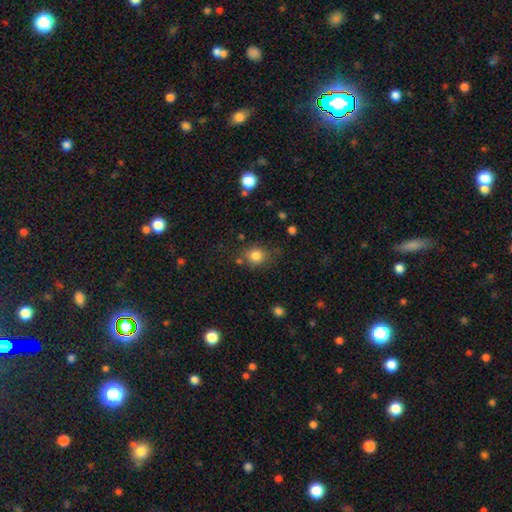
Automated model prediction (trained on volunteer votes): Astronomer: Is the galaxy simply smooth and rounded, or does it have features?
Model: smooth — 82%.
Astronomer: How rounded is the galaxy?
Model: round — 69%.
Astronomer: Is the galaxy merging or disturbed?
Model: none — 71%.